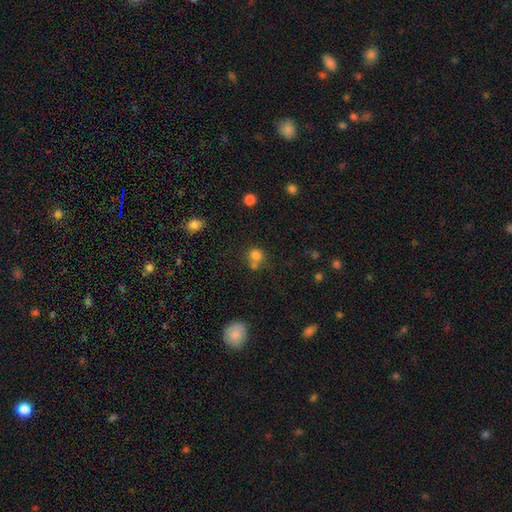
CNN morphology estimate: smooth-or-featured: smooth: 77% | star or artifact: 14% | featured or disk: 9%
  how-rounded: round: 85% | in between: 14% | cigar-shaped: 1%
  merging: none: 50% | merger: 36% | minor disturbance: 9% | major disturbance: 4%